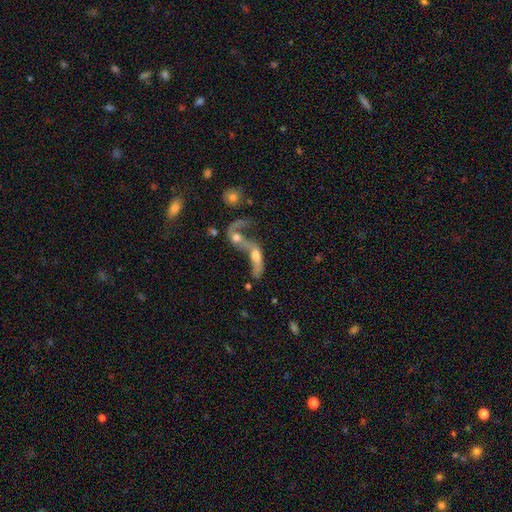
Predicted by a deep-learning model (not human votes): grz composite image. It shows a featured or disk galaxy (50%). Merging: merger (78%).